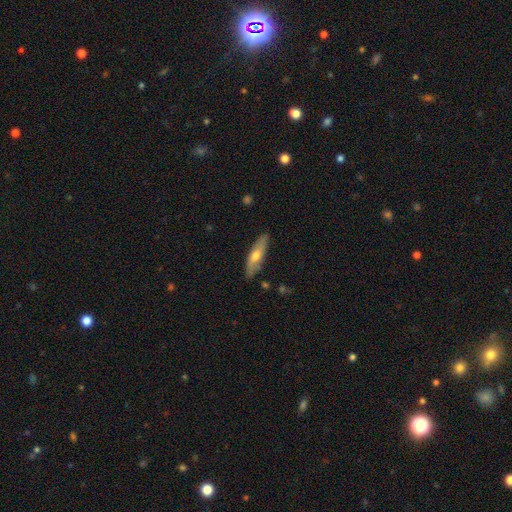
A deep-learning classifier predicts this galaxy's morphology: smooth_or_featured: smooth (p=0.57) [alt: featured or disk p=0.38]
how_rounded: cigar-shaped (p=0.56) [alt: in between p=0.41]
merging: none (p=0.83) [alt: minor disturbance p=0.13]